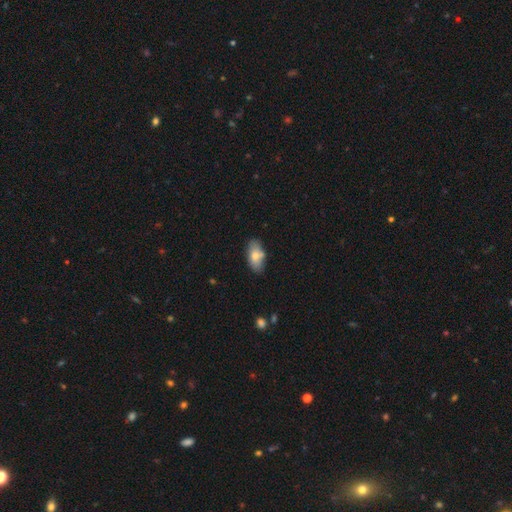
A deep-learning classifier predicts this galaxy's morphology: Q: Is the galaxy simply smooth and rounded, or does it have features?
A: smooth — 75%.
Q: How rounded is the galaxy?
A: in between — 92%.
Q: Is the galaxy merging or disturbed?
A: none — 74%.